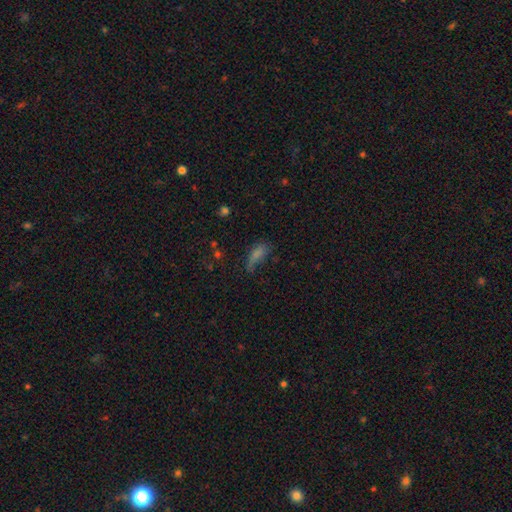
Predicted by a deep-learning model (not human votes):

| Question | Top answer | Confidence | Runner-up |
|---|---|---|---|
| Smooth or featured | smooth | 66% | star or artifact (18%) |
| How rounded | in between | 67% | cigar-shaped (28%) |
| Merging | none | 42% | minor disturbance (31%) |